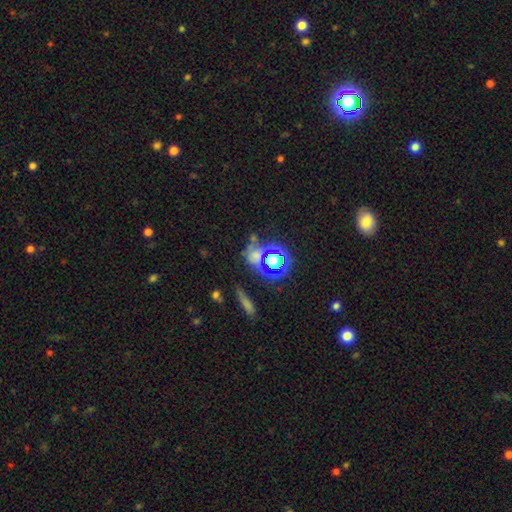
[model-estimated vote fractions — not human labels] A star or artifact, not a galaxy (48%).